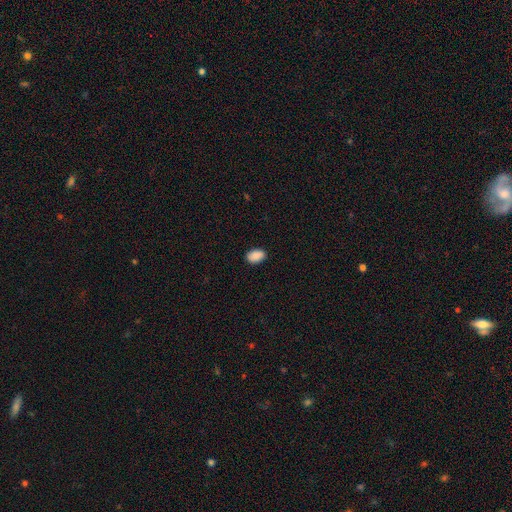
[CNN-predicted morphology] Overall: smooth (90%). How rounded: in between (89%). Merging: none (88%).